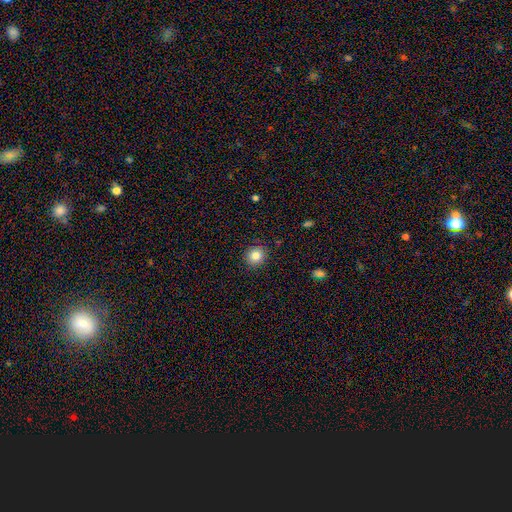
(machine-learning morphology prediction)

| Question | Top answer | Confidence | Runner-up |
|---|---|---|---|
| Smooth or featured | smooth | 83% | star or artifact (10%) |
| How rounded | round | 88% | in between (11%) |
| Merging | none | 91% | minor disturbance (6%) |